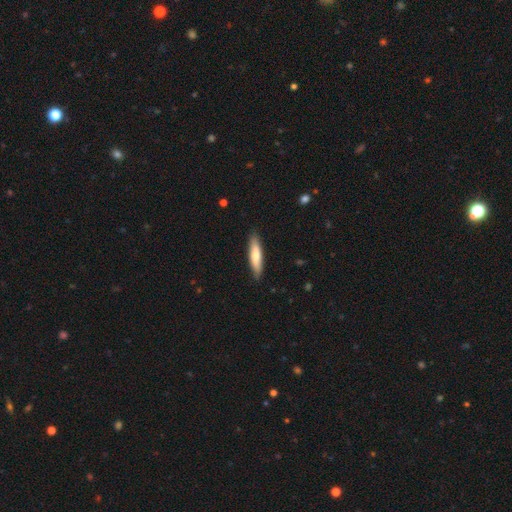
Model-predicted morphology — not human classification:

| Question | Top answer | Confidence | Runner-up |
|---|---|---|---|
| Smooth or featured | smooth | 69% | featured or disk (26%) |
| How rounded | cigar-shaped | 79% | in between (20%) |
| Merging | none | 87% | minor disturbance (10%) |